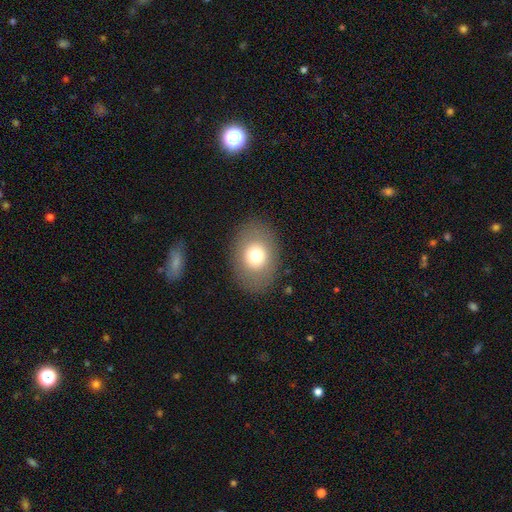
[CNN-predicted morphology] Smooth or featured? Predicted: smooth (p=0.73). How rounded? Predicted: in between (p=0.71). Merging? Predicted: none (p=0.86).